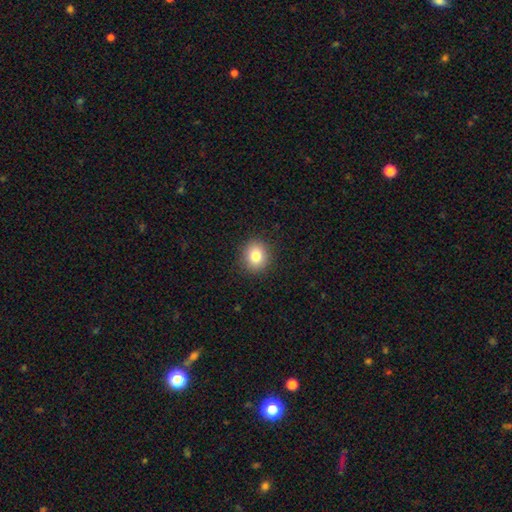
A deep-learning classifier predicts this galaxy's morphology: Smooth or featured? smooth (82%)
How rounded? round (81%)
Merging? none (91%)